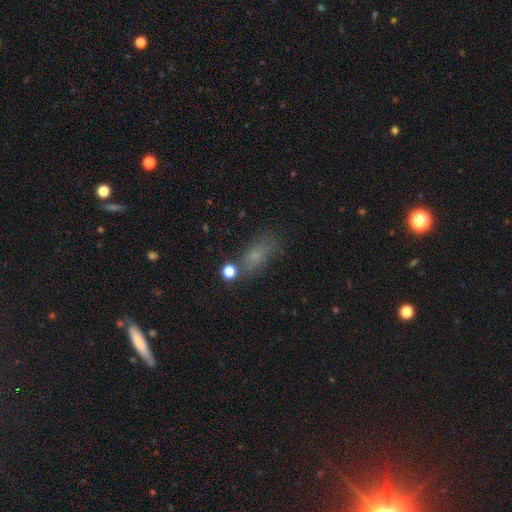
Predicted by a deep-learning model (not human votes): Q: Smooth or featured?
A: smooth (66%); runner-up: star or artifact (20%)
Q: How rounded?
A: in between (70%); runner-up: cigar-shaped (19%)
Q: Merging?
A: none (63%); runner-up: minor disturbance (20%)